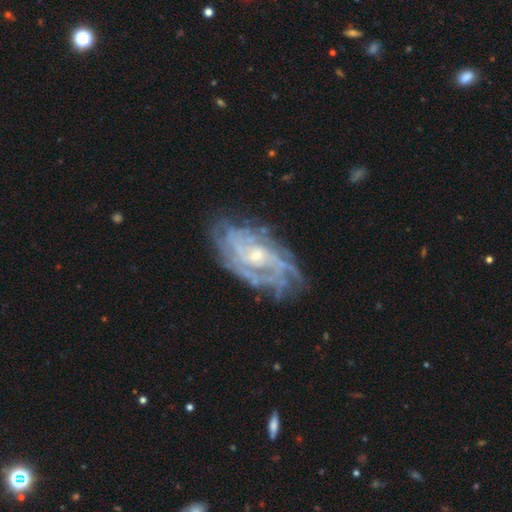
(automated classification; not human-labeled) smooth_or_featured: featured or disk (p=0.87) [alt: smooth p=0.07]
disk_edge_on: no (p=0.95) [alt: yes p=0.05]
bar: no (p=0.67) [alt: weak p=0.27]
has_spiral_arms: yes (p=0.95) [alt: no p=0.05]
spiral_winding: tight (p=0.69) [alt: medium p=0.25]
spiral_arm_count: can't tell (p=0.40) [alt: 4 p=0.18]
bulge_size: small (p=0.67) [alt: moderate p=0.29]
merging: none (p=0.73) [alt: minor disturbance p=0.19]